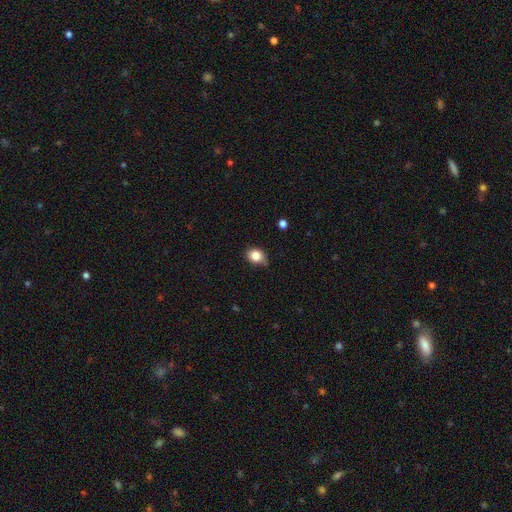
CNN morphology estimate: A smooth galaxy with no disk features (83%) that is round (56%). Merging: none (56%).